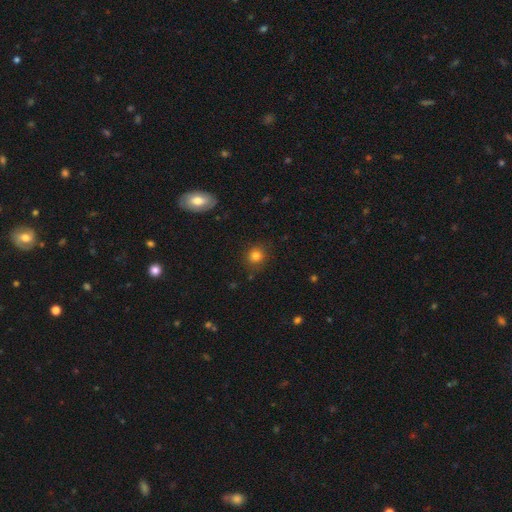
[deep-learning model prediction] The model was most divided on "how rounded": round: 83%, in between: 16%, cigar-shaped: 1%. More confident: merging — none (85%); smooth or featured — smooth (82%).